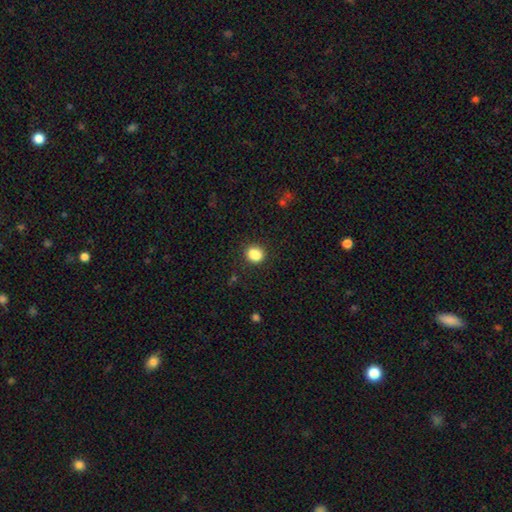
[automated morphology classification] Q: Smooth or featured?
A: smooth (86%); runner-up: star or artifact (10%)
Q: How rounded?
A: round (61%); runner-up: in between (38%)
Q: Merging?
A: none (81%); runner-up: minor disturbance (12%)